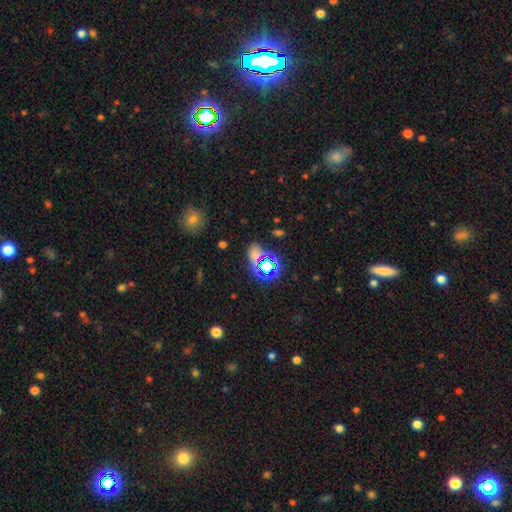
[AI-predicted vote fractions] star or artifact 49%, smooth 42%, featured or disk 9%.